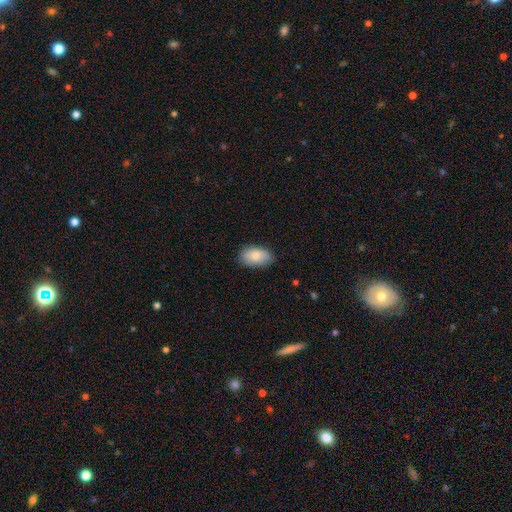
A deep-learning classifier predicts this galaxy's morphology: This is clearly a smooth galaxy (81%). How rounded: clearly in between (92%). Merging: likely none (78%).